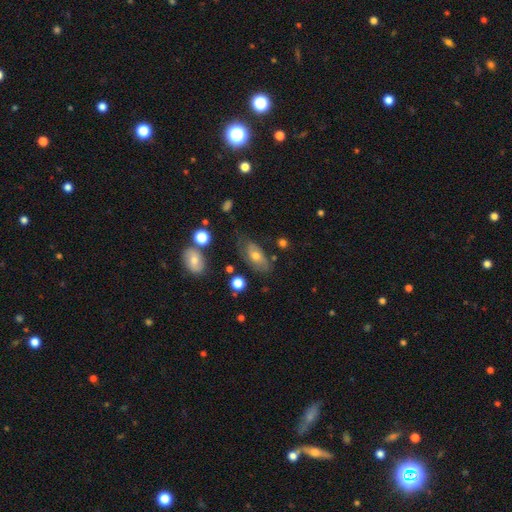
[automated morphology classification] smooth_or_featured: smooth (p=0.47) [alt: featured or disk p=0.43]
merging: none (p=0.60) [alt: minor disturbance p=0.25]